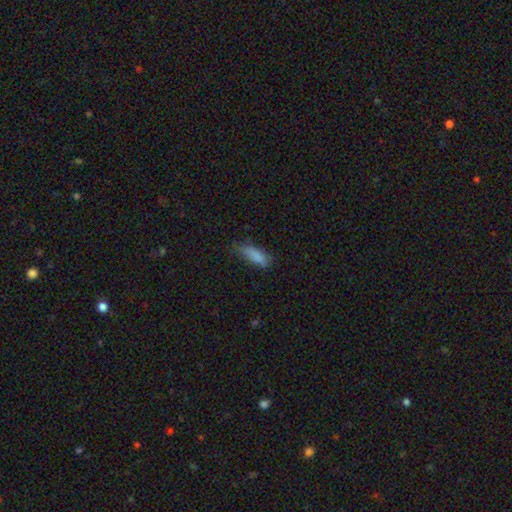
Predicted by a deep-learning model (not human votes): Smooth or featured? smooth (84%)
How rounded? in between (59%)
Merging? none (57%)